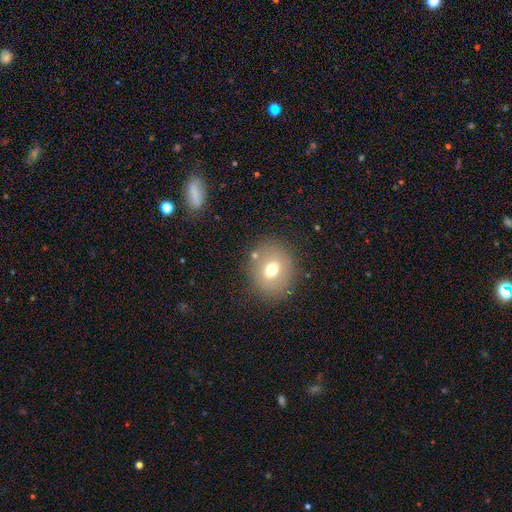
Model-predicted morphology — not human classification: smooth 65%, featured or disk 22%, star or artifact 12%. Down the decision tree: how rounded — round (68%); merging — none (81%).